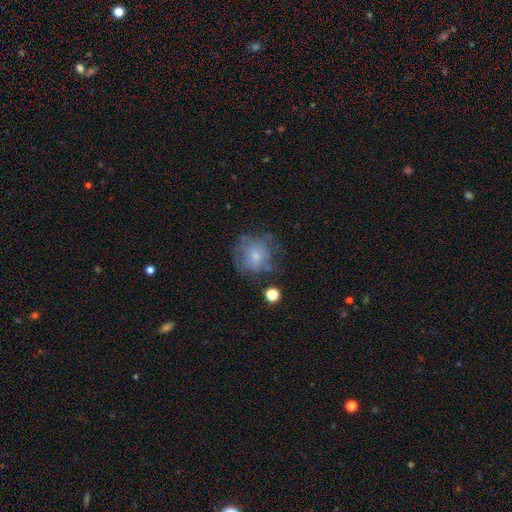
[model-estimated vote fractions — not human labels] Smooth or featured?
  - smooth: 52% *
  - featured or disk: 37%
  - star or artifact: 12%
How rounded?
  - round: 79% *
  - in between: 20%
  - cigar-shaped: 1%
Merging?
  - none: 50% *
  - minor disturbance: 24%
  - major disturbance: 23%
  - merger: 4%